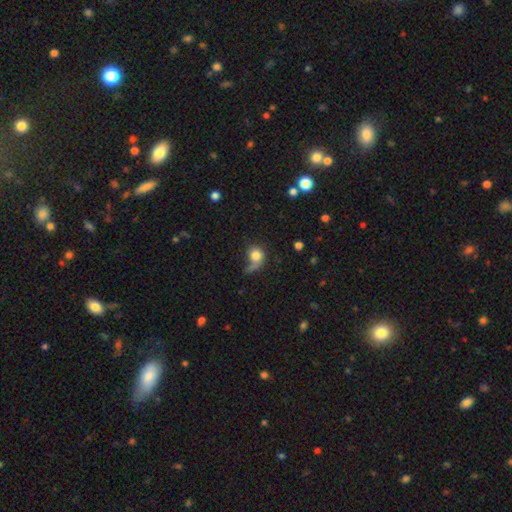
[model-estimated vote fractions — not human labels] Smooth or featured? smooth (76%)
How rounded? round (75%)
Merging? none (37%)